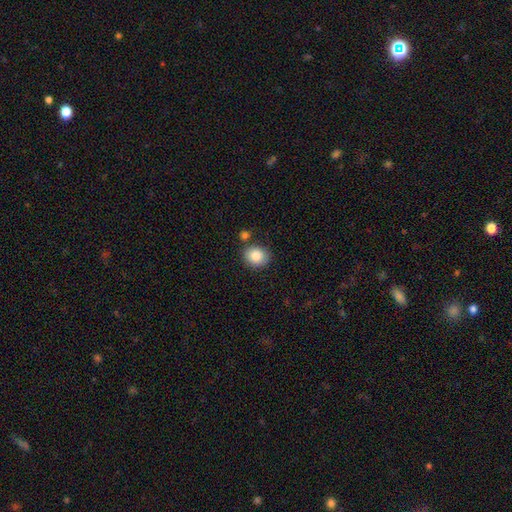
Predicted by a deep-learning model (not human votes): This is clearly a smooth galaxy (85%). How rounded: likely round (73%). Merging: likely none (76%).